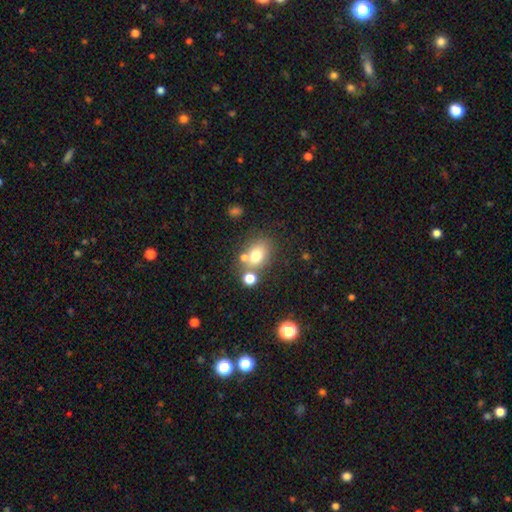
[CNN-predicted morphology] Smooth or featured: smooth — 72% (featured or disk — 15%)
How rounded: in between — 57% (round — 42%)
Merging: none — 58% (merger — 24%)